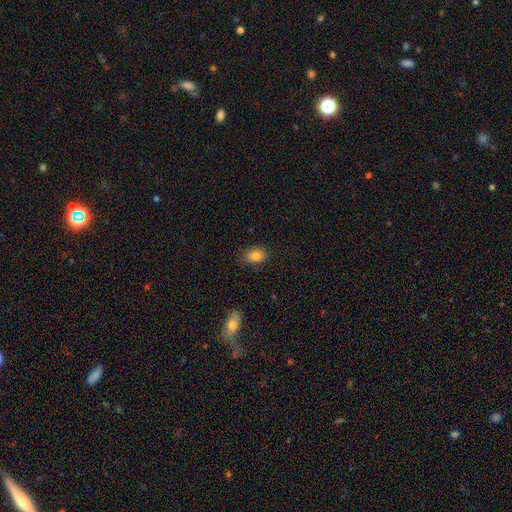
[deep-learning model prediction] This appears to be a smooth galaxy with no disk features (82%) that is in between round and cigar-shaped (78%). Merging: none (79%).